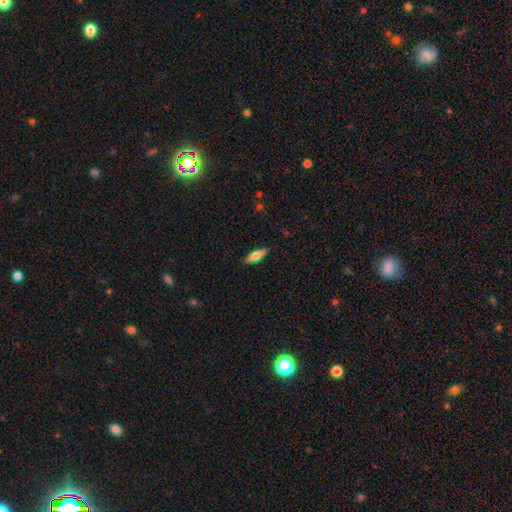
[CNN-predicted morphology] This is likely a smooth galaxy (64%). How rounded: possibly in between (56%). Merging: clearly none (86%).